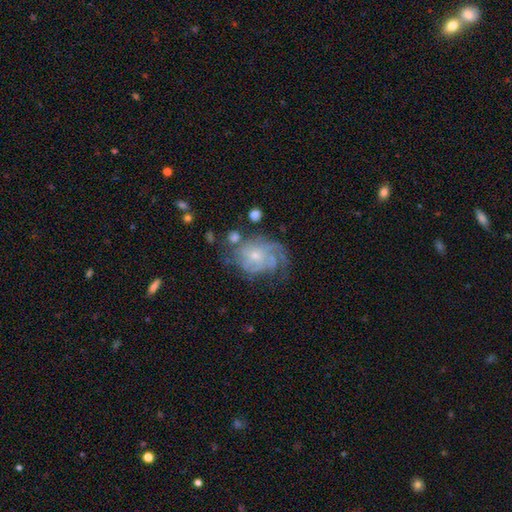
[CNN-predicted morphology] smooth-or-featured: featured or disk: 77% | smooth: 14% | star or artifact: 9%
  disk-edge-on: no: 97% | yes: 3%
    bar: no: 78% | weak: 19% | strong: 3%
    has-spiral-arms: yes: 90% | no: 10%
      spiral-winding: tight: 55% | medium: 31% | loose: 13%
      spiral-arm-count: can't tell: 44% | 3: 18% | 2: 13% | 4: 12% | 1: 7% | more than 4: 6%
    bulge-size: small: 69% | moderate: 26% | none: 3% | large: 1% | dominant: 1%
  merging: none: 51% | minor disturbance: 23% | major disturbance: 20% | merger: 6%